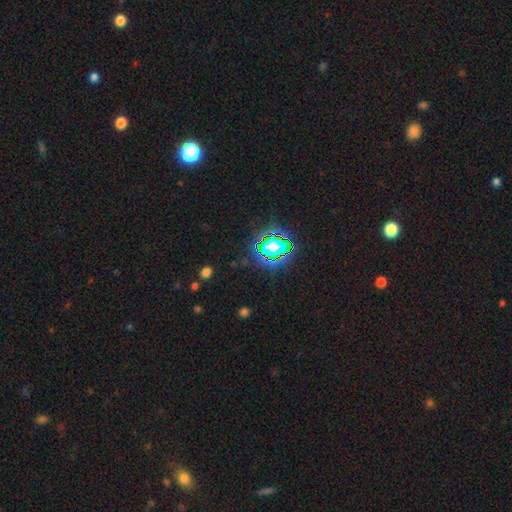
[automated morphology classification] Smooth or featured?
  - star or artifact: 80% *
  - smooth: 12%
  - featured or disk: 7%